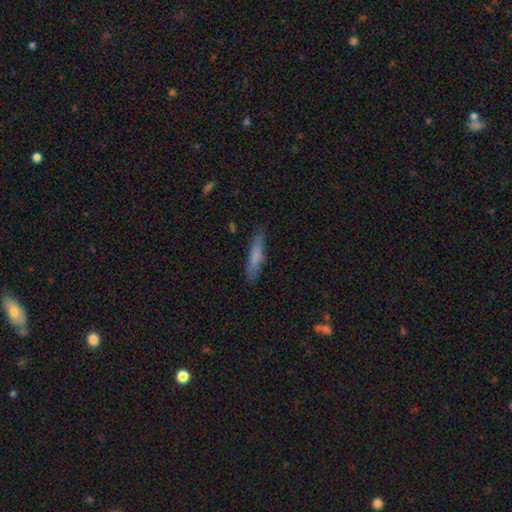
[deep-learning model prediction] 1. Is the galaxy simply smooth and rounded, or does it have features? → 71% smooth, 22% featured or disk, 7% star or artifact.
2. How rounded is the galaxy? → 88% cigar-shaped, 10% in between, 2% round.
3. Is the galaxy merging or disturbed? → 84% none, 12% minor disturbance, 3% major disturbance, 1% merger.